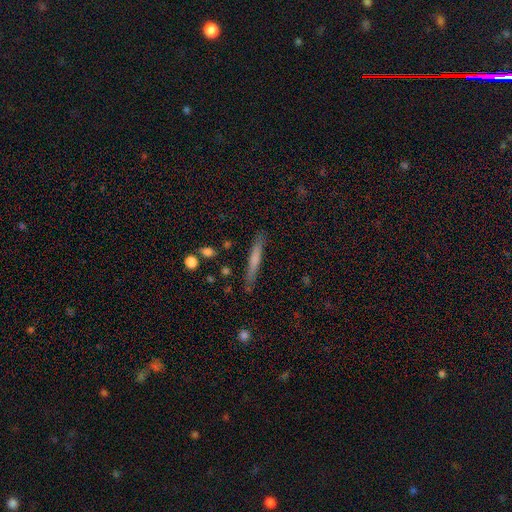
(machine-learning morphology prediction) Smooth or featured: smooth — 58% (featured or disk — 35%)
How rounded: cigar-shaped — 95% (in between — 3%)
Merging: none — 85% (minor disturbance — 10%)